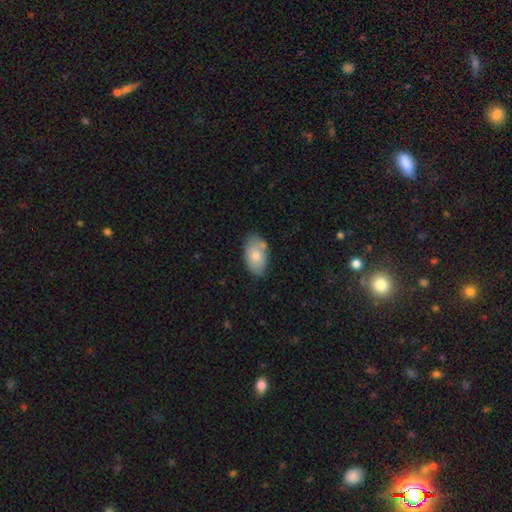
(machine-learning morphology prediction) Q: Smooth or featured?
A: smooth (72%); runner-up: featured or disk (21%)
Q: How rounded?
A: in between (92%); runner-up: round (6%)
Q: Merging?
A: none (72%); runner-up: minor disturbance (17%)